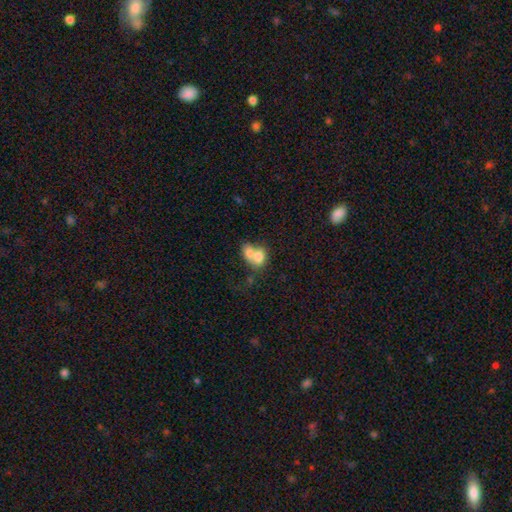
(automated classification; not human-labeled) The model was most divided on "how rounded": in between: 63%, round: 36%, cigar-shaped: 1%. More confident: merging — merger (73%); smooth or featured — smooth (71%).